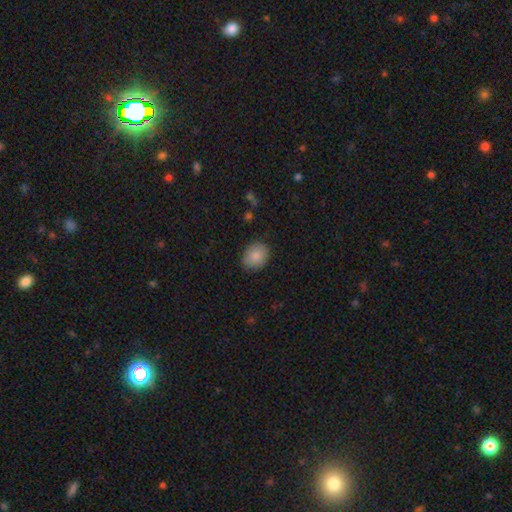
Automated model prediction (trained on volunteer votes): Q: Smooth or featured?
A: smooth (85%); runner-up: featured or disk (8%)
Q: How rounded?
A: in between (55%); runner-up: round (44%)
Q: Merging?
A: none (85%); runner-up: minor disturbance (12%)